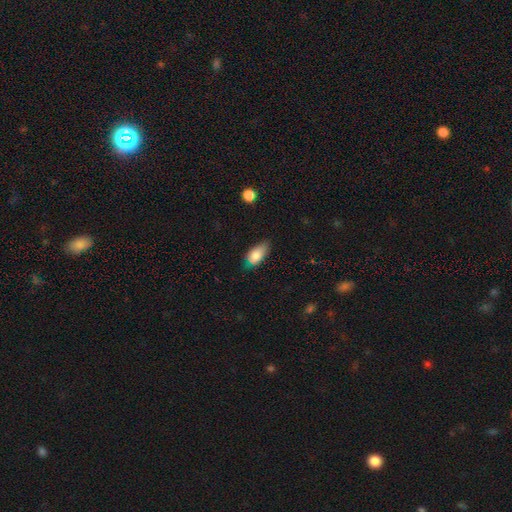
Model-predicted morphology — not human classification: smooth_or_featured: smooth (p=0.83) [alt: featured or disk p=0.09]
how_rounded: in between (p=0.89) [alt: cigar-shaped p=0.07]
merging: none (p=0.56) [alt: minor disturbance p=0.35]